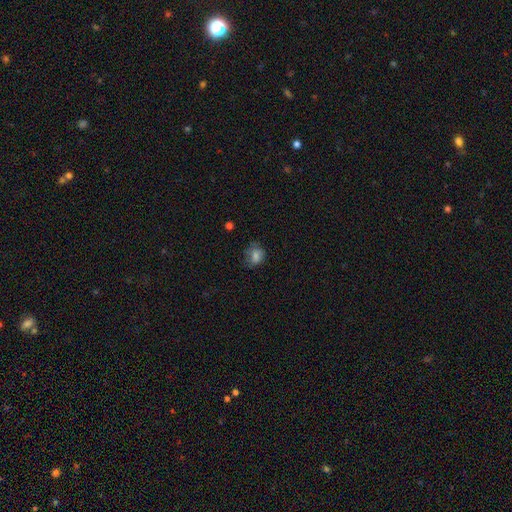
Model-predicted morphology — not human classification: This appears to be a smooth galaxy with no disk features (75%) that is round (61%). Merging: none (59%).